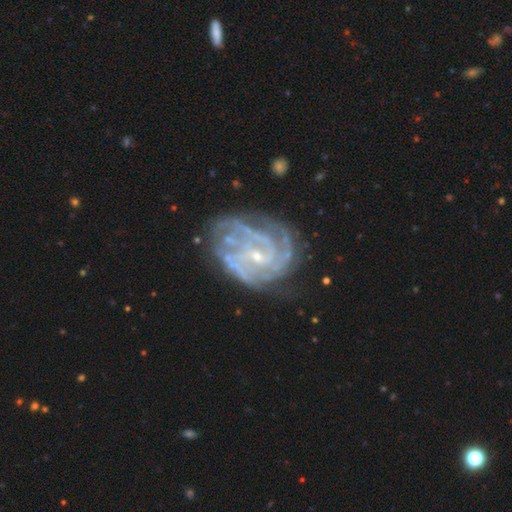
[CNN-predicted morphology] Smooth or featured? Predicted: featured or disk (p=0.88). Edge-on disk? Predicted: no (p=0.98). Bar? Predicted: no (p=0.48). Spiral arms? Predicted: yes (p=0.96). Spiral winding? Predicted: tight (p=0.63). Spiral arm count? Predicted: 4 (p=0.25). Bulge size? Predicted: small (p=0.77). Merging? Predicted: none (p=0.64).